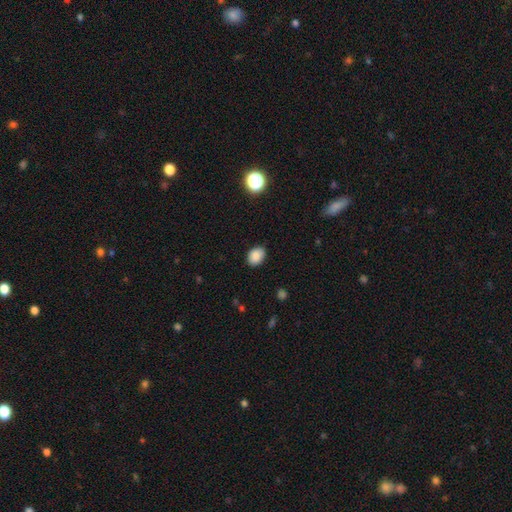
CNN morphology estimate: Q: Smooth or featured?
A: smooth (87%); runner-up: star or artifact (9%)
Q: How rounded?
A: in between (69%); runner-up: round (30%)
Q: Merging?
A: none (84%); runner-up: minor disturbance (13%)